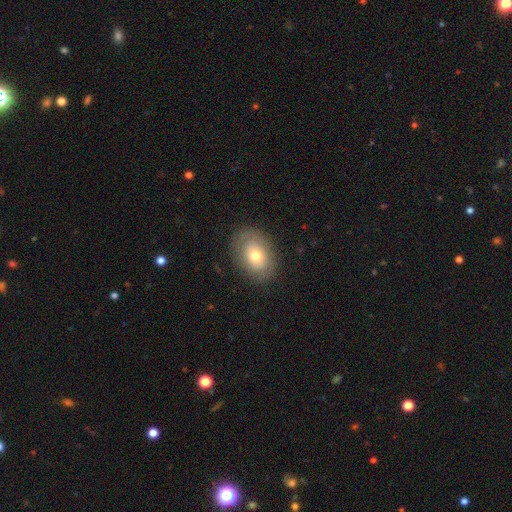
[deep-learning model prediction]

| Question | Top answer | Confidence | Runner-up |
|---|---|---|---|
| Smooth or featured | smooth | 65% | featured or disk (26%) |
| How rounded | in between | 74% | round (25%) |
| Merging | none | 79% | minor disturbance (15%) |